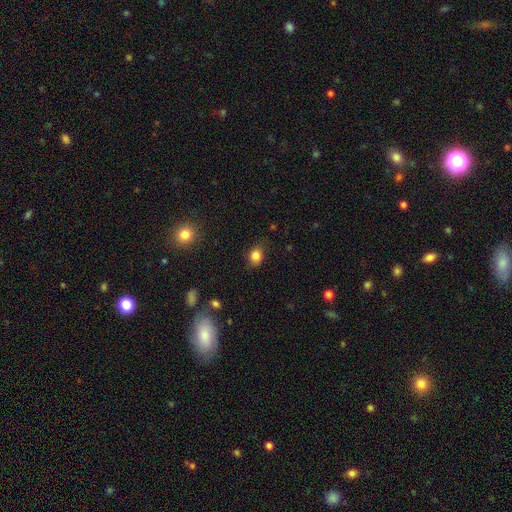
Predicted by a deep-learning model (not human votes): Smooth or featured? Predicted: smooth (p=0.84). How rounded? Predicted: in between (p=0.52). Merging? Predicted: none (p=0.76).